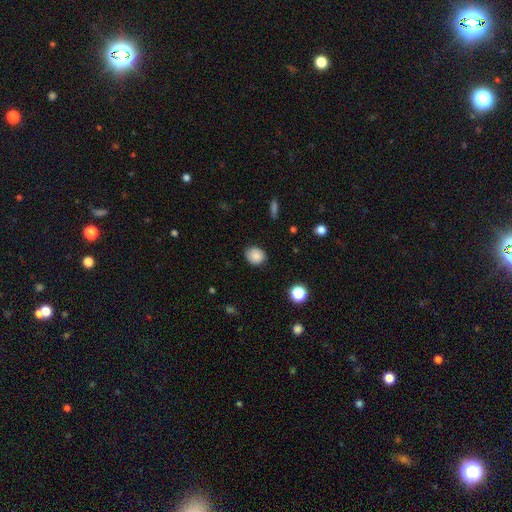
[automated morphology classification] Smooth or featured? smooth (84%)
How rounded? round (68%)
Merging? none (84%)